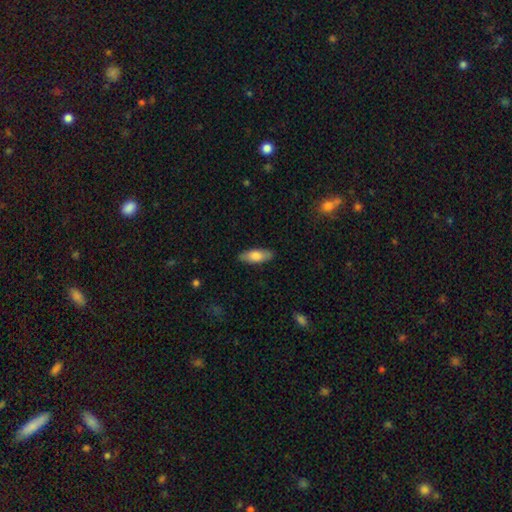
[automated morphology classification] A smooth galaxy with no disk features (77%) that is in between round and cigar-shaped (72%).

Vote fractions:
- Smooth or featured? smooth: 77% / featured or disk: 17% / star or artifact: 6%
- How rounded? in between: 72% / cigar-shaped: 26% / round: 2%
- Merging? none: 87% / minor disturbance: 10% / major disturbance: 2% / merger: 1%